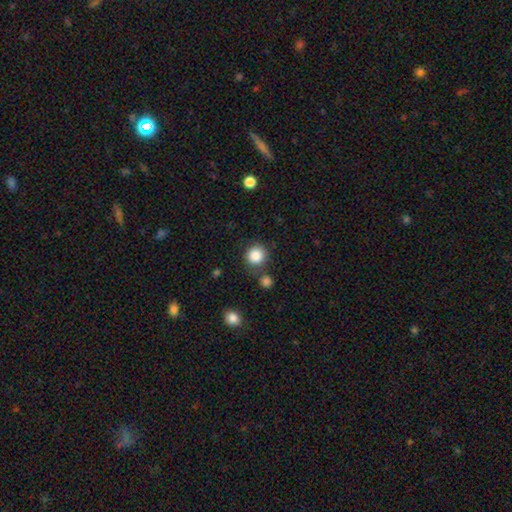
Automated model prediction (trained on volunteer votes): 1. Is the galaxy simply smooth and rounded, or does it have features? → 87% smooth, 9% star or artifact, 4% featured or disk.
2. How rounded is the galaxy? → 92% round, 7% in between, 1% cigar-shaped.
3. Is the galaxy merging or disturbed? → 79% none, 10% minor disturbance, 8% merger, 4% major disturbance.